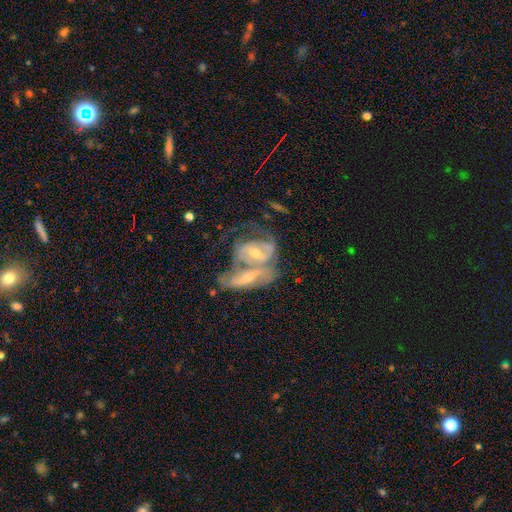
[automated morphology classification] Smooth or featured: featured or disk — 80% (smooth — 13%)
Edge-on disk: no — 93% (yes — 7%)
Bar: no — 38% (weak — 37%)
Spiral arms: yes — 86% (no — 14%)
Spiral winding: medium — 42% (tight — 41%)
Spiral arm count: 2 — 59% (can't tell — 26%)
Bulge size: small — 50% (moderate — 46%)
Merging: merger — 71% (none — 15%)